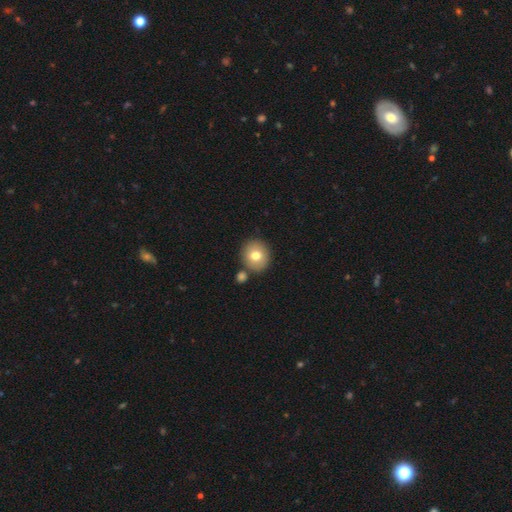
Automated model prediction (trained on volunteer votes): This appears to be a smooth galaxy with no disk features (76%) that is round (83%). Merging: none (75%).